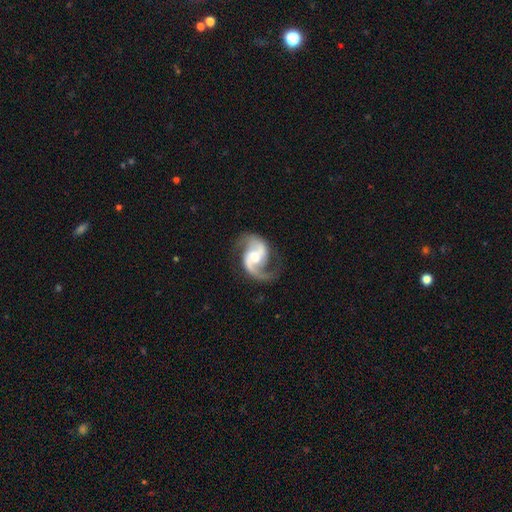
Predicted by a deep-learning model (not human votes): Q: Smooth or featured?
A: featured or disk (92%); runner-up: smooth (4%)
Q: Edge-on disk?
A: no (98%); runner-up: yes (2%)
Q: Bar?
A: weak (46%); runner-up: no (35%)
Q: Spiral arms?
A: yes (98%); runner-up: no (2%)
Q: Spiral winding?
A: medium (53%); runner-up: loose (36%)
Q: Spiral arm count?
A: 2 (92%); runner-up: 1 (3%)
Q: Bulge size?
A: moderate (60%); runner-up: small (23%)
Q: Merging?
A: none (73%); runner-up: minor disturbance (16%)